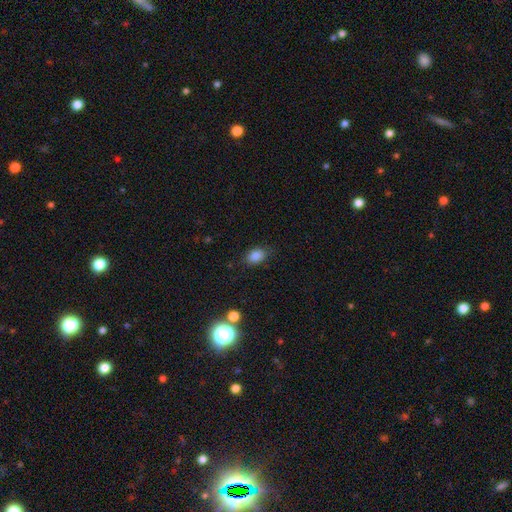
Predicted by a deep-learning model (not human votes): A smooth galaxy with no disk features (84%) that is in between round and cigar-shaped (80%).

Vote fractions:
- Smooth or featured? smooth: 84% / star or artifact: 11% / featured or disk: 5%
- How rounded? in between: 80% / round: 19% / cigar-shaped: 1%
- Merging? none: 80% / minor disturbance: 14% / major disturbance: 4% / merger: 2%